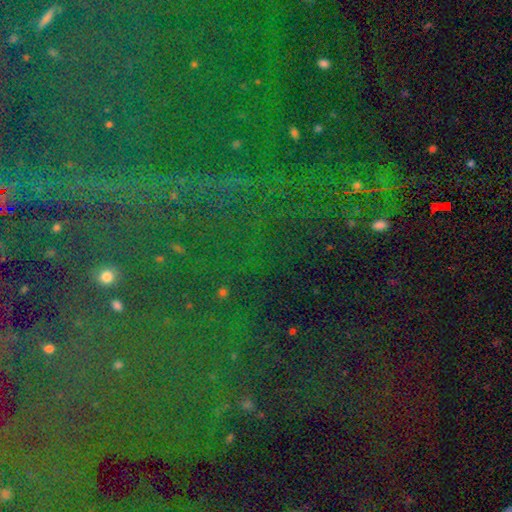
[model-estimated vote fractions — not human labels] This appears to be a star or artifact, not a galaxy (84%).